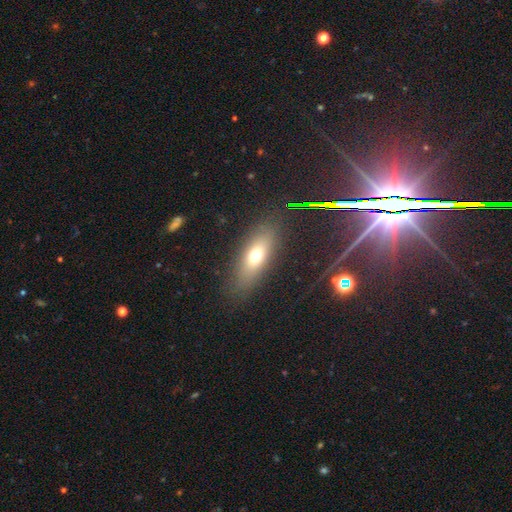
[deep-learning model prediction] This appears to be a smooth galaxy with no disk features (64%) that is in between round and cigar-shaped (67%). Merging: none (83%).